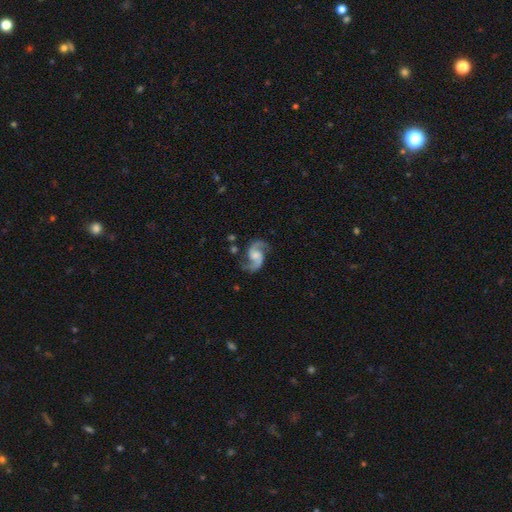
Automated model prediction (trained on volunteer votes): This appears to be a featured or disk galaxy (91%) with no bar (55%), 2 (94%) medium (47%) spiral arms (98%) and a moderate central bulge (35%). Merging: none (77%).